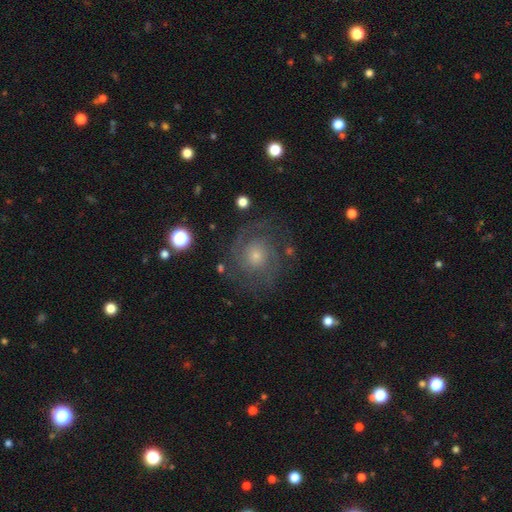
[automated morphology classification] Smooth or featured?
  - featured or disk: 78% *
  - smooth: 13%
  - star or artifact: 9%
Edge-on disk?
  - no: 98% *
  - yes: 2%
Bar?
  - no: 78% *
  - weak: 19%
  - strong: 3%
Spiral arms?
  - yes: 94% *
  - no: 6%
Spiral winding?
  - tight: 57% *
  - medium: 34%
  - loose: 9%
Spiral arm count?
  - 2: 46% *
  - can't tell: 22%
  - 3: 15%
  - 4: 6%
  - 1: 6%
  - more than 4: 5%
Bulge size?
  - small: 61% *
  - moderate: 31%
  - large: 4%
  - none: 3%
  - dominant: 1%
Merging?
  - none: 76% *
  - minor disturbance: 14%
  - major disturbance: 9%
  - merger: 2%